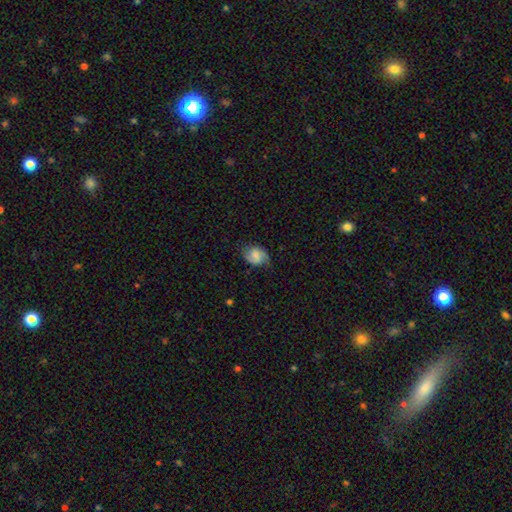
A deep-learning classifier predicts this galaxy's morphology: Q: Smooth or featured?
A: featured or disk (51%); runner-up: smooth (41%)
Q: Edge-on disk?
A: no (97%); runner-up: yes (3%)
Q: Merging?
A: none (67%); runner-up: minor disturbance (24%)